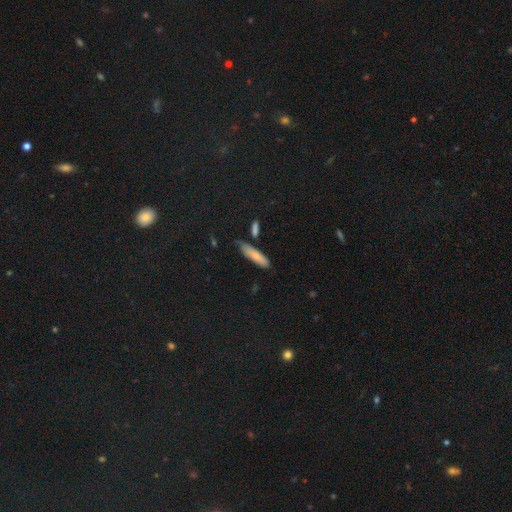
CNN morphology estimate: Overall: smooth (73%). How rounded: cigar-shaped (68%; in between 30%). Merging: none (68%).